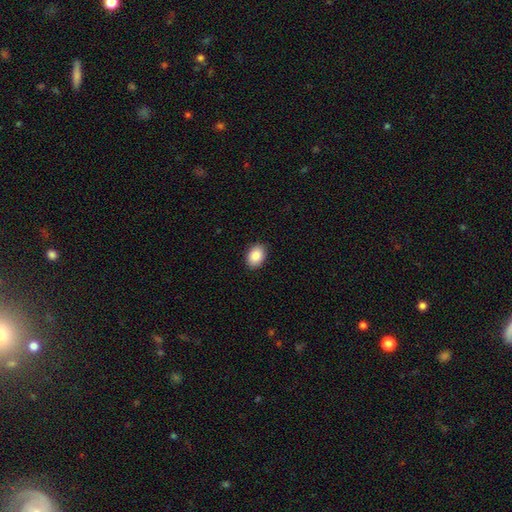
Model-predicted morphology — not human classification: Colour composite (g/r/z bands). It shows a smooth galaxy with no disk features (89%) that is in between round and cigar-shaped (78%). Merging: none (90%).